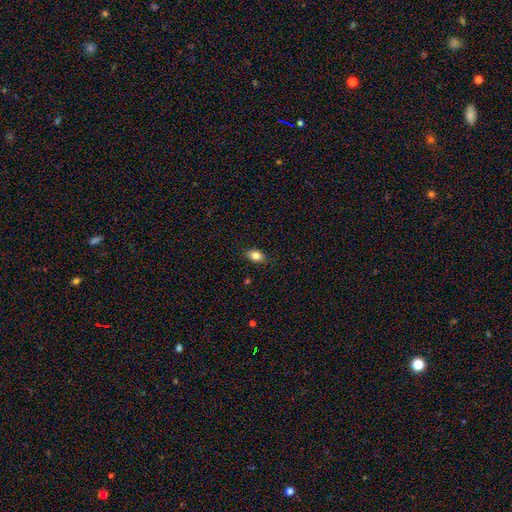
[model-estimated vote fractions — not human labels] Q: Smooth or featured?
A: smooth (83%); runner-up: star or artifact (9%)
Q: How rounded?
A: in between (85%); runner-up: round (13%)
Q: Merging?
A: none (88%); runner-up: minor disturbance (9%)